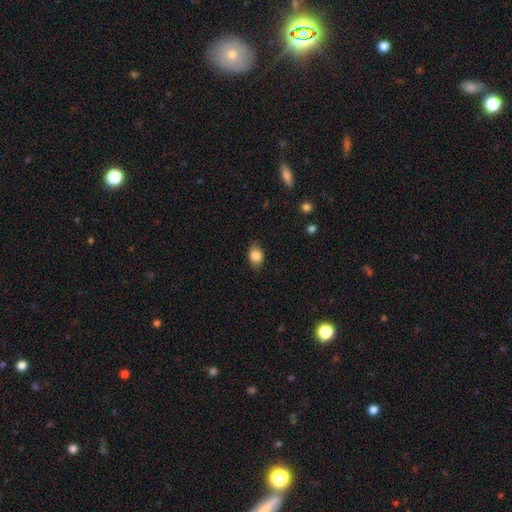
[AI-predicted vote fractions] This is clearly a smooth galaxy (84%). How rounded: likely in between (71%). Merging: likely none (78%).